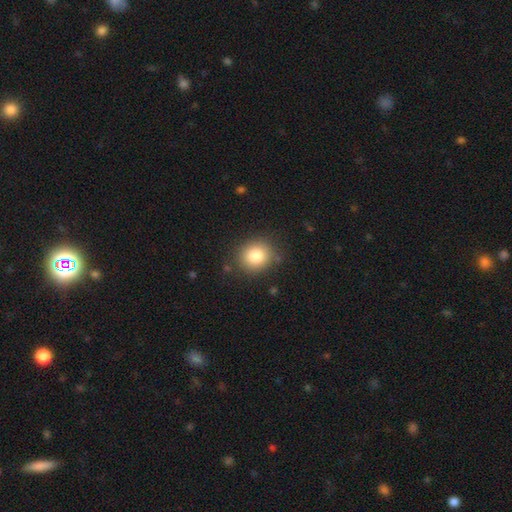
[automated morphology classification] type=smooth (82%); roundness=round (76%); merging=none (85%).